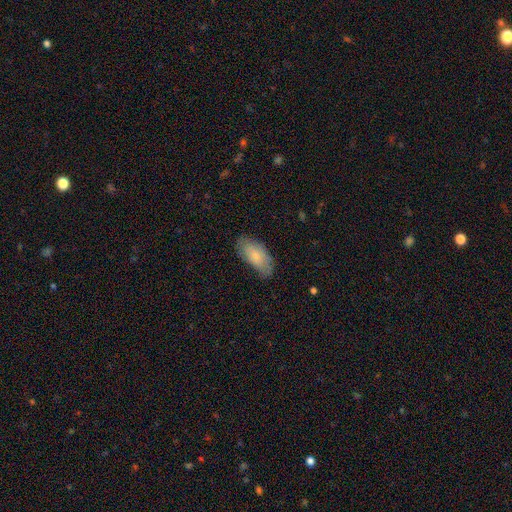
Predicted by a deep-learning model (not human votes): Smooth or featured?
  - smooth: 77% *
  - featured or disk: 16%
  - star or artifact: 6%
How rounded?
  - in between: 90% *
  - cigar-shaped: 8%
  - round: 2%
Merging?
  - none: 71% *
  - minor disturbance: 23%
  - major disturbance: 5%
  - merger: 1%